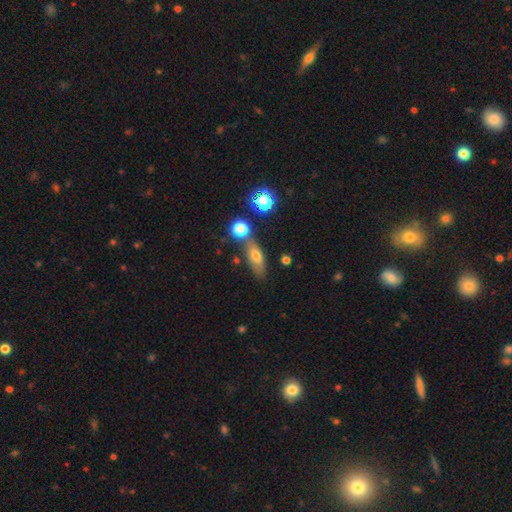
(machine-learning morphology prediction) Overall: smooth (65%). How rounded: in between (62%; cigar-shaped 29%). Merging: none (58%; merger 20%).